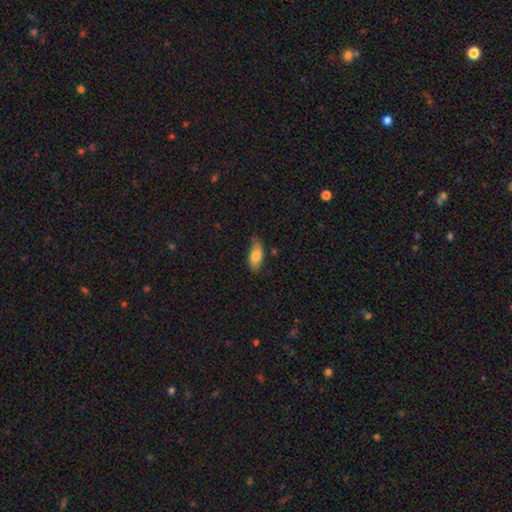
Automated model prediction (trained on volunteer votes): This appears to be a smooth galaxy with no disk features (79%) that is in between round and cigar-shaped (86%). Merging: none (70%).